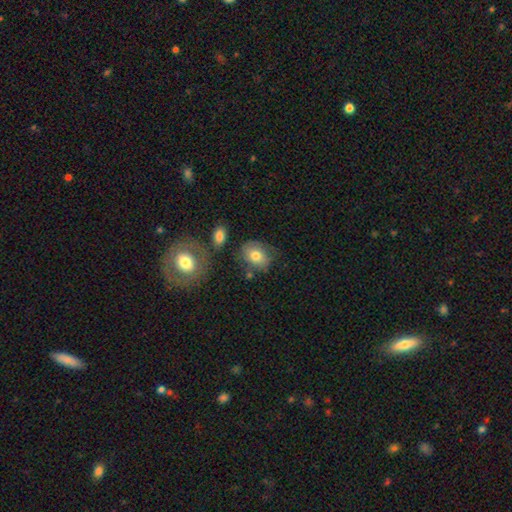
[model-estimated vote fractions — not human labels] A smooth galaxy with no disk features (72%) that is in between round and cigar-shaped (60%).

Vote fractions:
- Smooth or featured? smooth: 72% / featured or disk: 19% / star or artifact: 8%
- How rounded? in between: 60% / round: 38% / cigar-shaped: 1%
- Merging? none: 57% / minor disturbance: 25% / major disturbance: 10% / merger: 8%